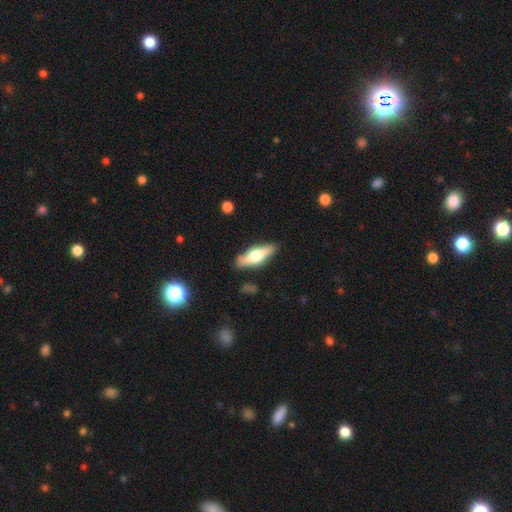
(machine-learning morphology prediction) smooth_or_featured: featured or disk (p=0.57) [alt: smooth p=0.38]
disk_edge_on: yes (p=0.92) [alt: no p=0.08]
edge_on_bulge: rounded (p=0.94) [alt: boxy p=0.04]
merging: none (p=0.86) [alt: minor disturbance p=0.10]